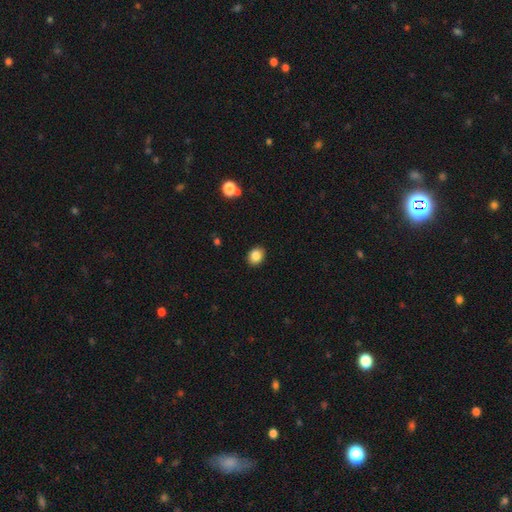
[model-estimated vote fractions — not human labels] This is clearly a smooth galaxy (86%). How rounded: possibly round (51%). Merging: clearly none (91%).